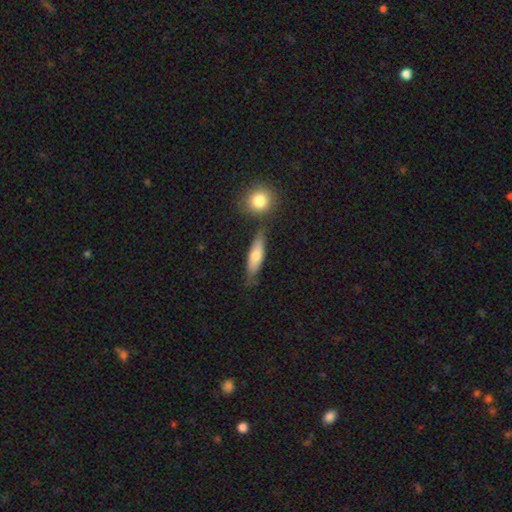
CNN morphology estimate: This is likely a smooth galaxy (68%). How rounded: possibly cigar-shaped (55%). Merging: likely none (71%).